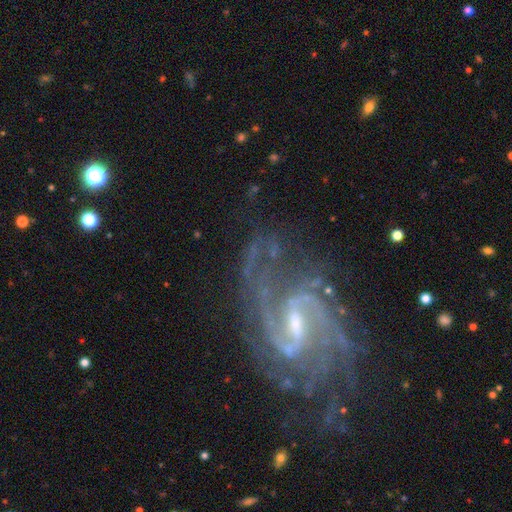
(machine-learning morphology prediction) Smooth or featured? Predicted: featured or disk (p=0.92). Edge-on disk? Predicted: no (p=0.98). Bar? Predicted: weak (p=0.54). Spiral arms? Predicted: yes (p=0.98). Spiral winding? Predicted: medium (p=0.55). Spiral arm count? Predicted: 2 (p=0.61). Bulge size? Predicted: small (p=0.53). Merging? Predicted: none (p=0.65).